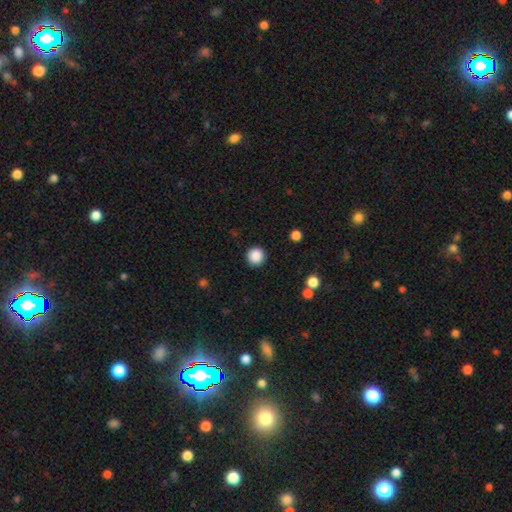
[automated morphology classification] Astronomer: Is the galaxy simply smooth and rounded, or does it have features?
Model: smooth — 88%.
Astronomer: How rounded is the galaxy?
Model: round — 95%.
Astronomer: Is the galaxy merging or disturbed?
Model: none — 91%.